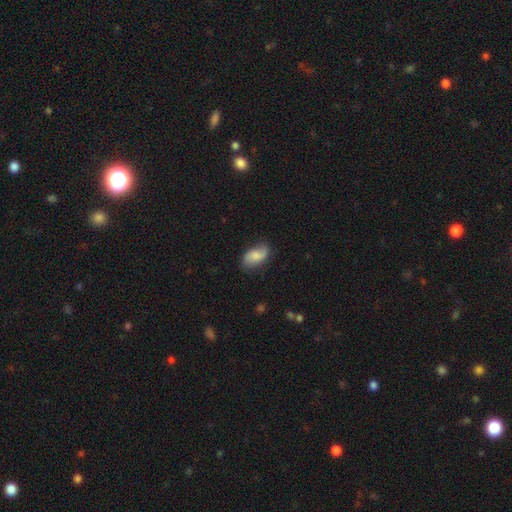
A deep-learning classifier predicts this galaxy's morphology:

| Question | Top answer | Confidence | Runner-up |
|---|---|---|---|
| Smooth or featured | smooth | 58% | featured or disk (35%) |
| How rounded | in between | 92% | round (6%) |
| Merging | none | 69% | minor disturbance (24%) |